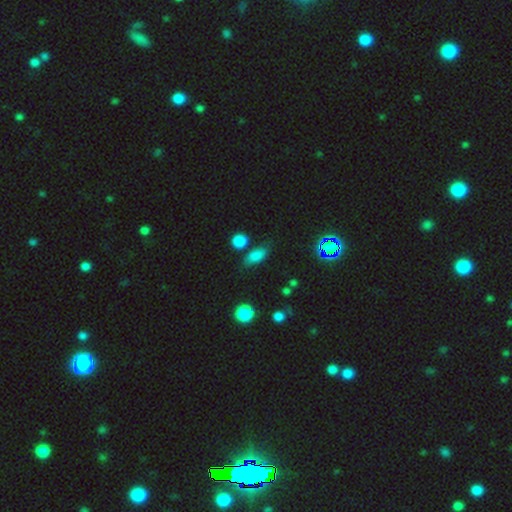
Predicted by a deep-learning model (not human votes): Smooth or featured? Predicted: smooth (p=0.78). How rounded? Predicted: in between (p=0.76). Merging? Predicted: none (p=0.69).